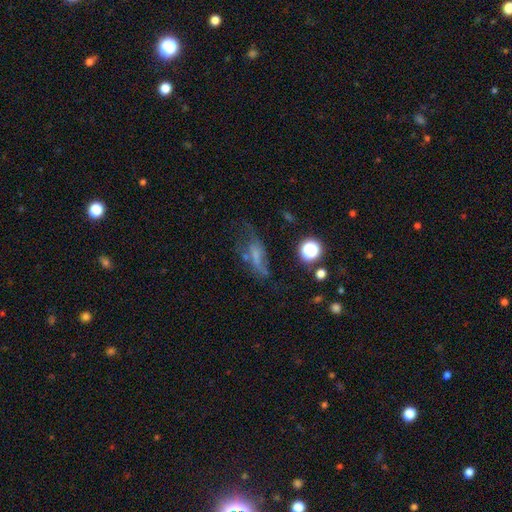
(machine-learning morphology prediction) type=smooth (42%); merging=none (38%).